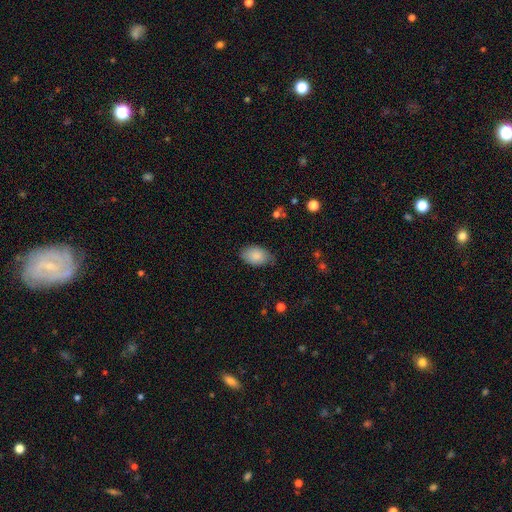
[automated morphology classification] Overall: smooth (87%). How rounded: in between (91%). Merging: none (70%).